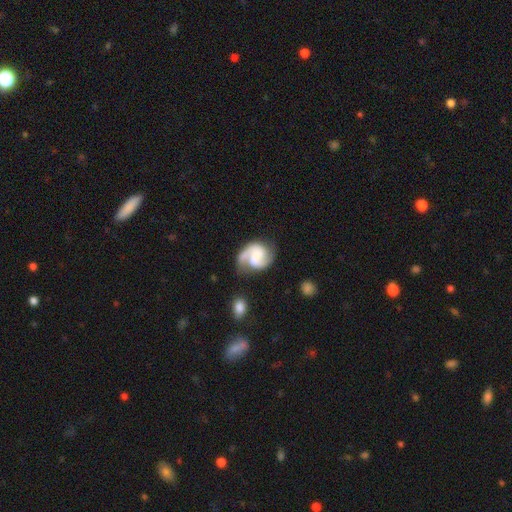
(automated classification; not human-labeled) This is clearly a featured or disk galaxy (83%). It is clearly not viewed edge-on (98%). Bar: marginally no (43%, tied with weak). Spiral arm pattern: clearly yes (97%). Spiral arm count: clearly 2 (85%). Spiral winding: possibly medium (53%). Central bulge: marginally none (34%). Merging: likely none (62%).